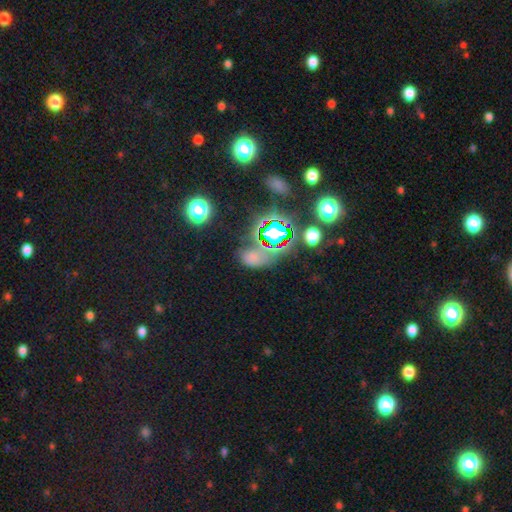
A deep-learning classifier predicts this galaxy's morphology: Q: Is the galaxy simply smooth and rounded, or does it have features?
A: star or artifact — 44%.